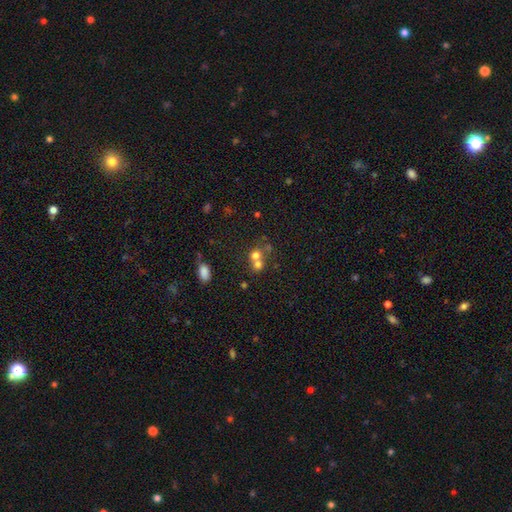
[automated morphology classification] Overall: smooth (67%). How rounded: round (79%). Merging: merger (57%; none 34%).